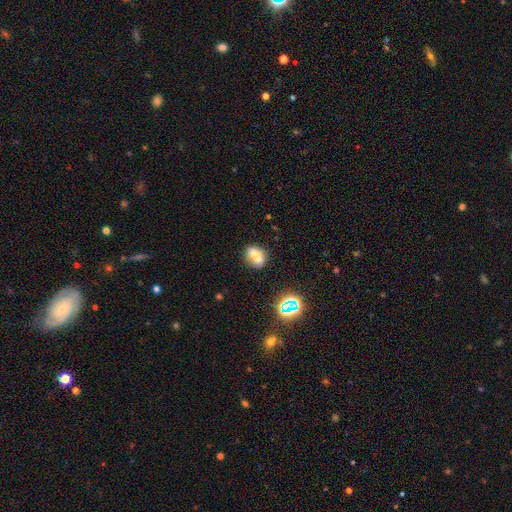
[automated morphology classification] Overall: smooth (64%). How rounded: in between (58%; round 36%). Merging: none (48%; merger 33%).